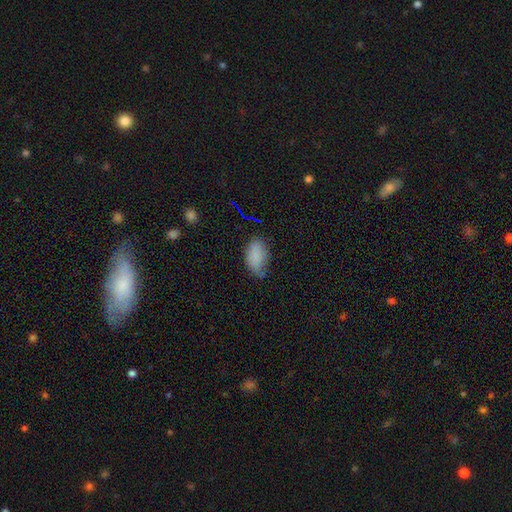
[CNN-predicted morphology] This appears to be a smooth galaxy with no disk features (84%) that is in between round and cigar-shaped (93%). Merging: none (52%).